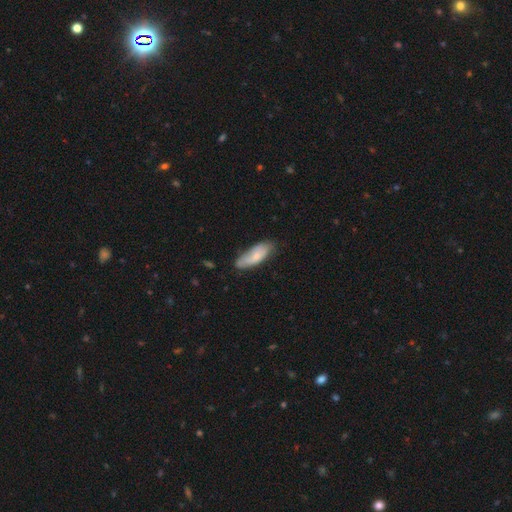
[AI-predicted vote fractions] smooth 70%, featured or disk 24%, star or artifact 6%. Down the decision tree: how rounded — in between (69%); merging — none (66%).